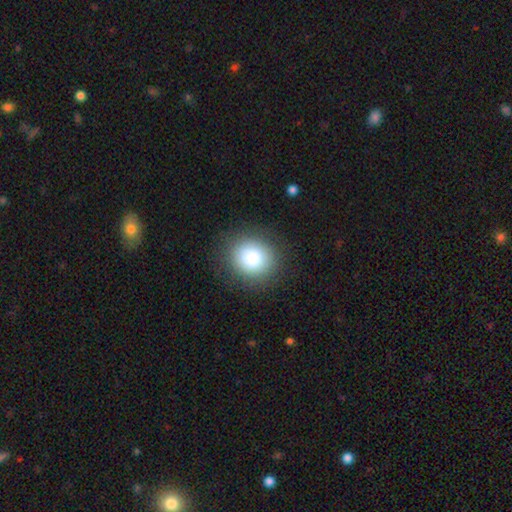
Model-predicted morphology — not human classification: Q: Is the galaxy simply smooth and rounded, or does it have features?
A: smooth — 84%.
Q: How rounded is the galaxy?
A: round — 83%.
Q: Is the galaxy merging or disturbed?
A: none — 87%.